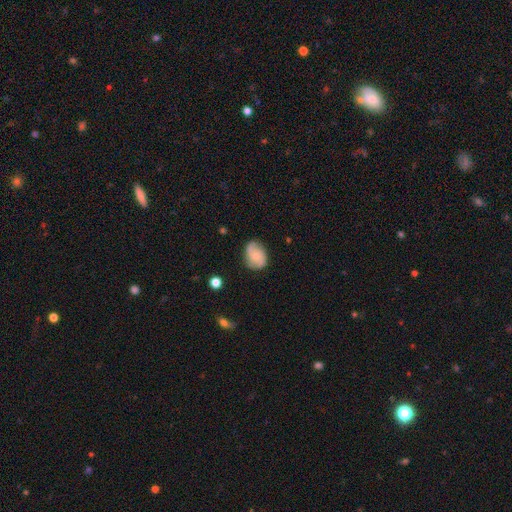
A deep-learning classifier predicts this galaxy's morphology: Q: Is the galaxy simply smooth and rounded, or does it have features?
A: featured or disk — 48%.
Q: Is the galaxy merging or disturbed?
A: none — 69%.